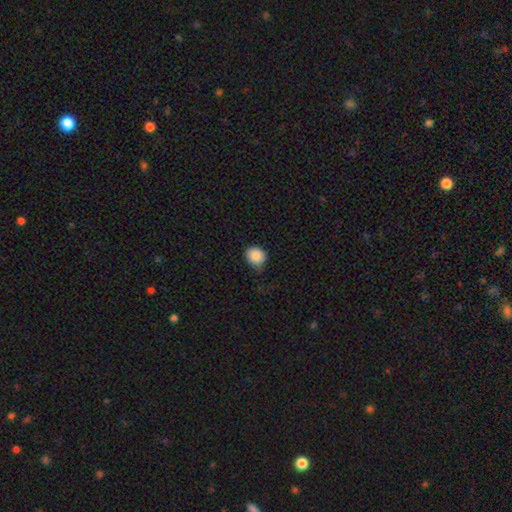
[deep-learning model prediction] Smooth or featured: smooth — 87% (star or artifact — 9%)
How rounded: round — 73% (in between — 26%)
Merging: none — 66% (minor disturbance — 27%)